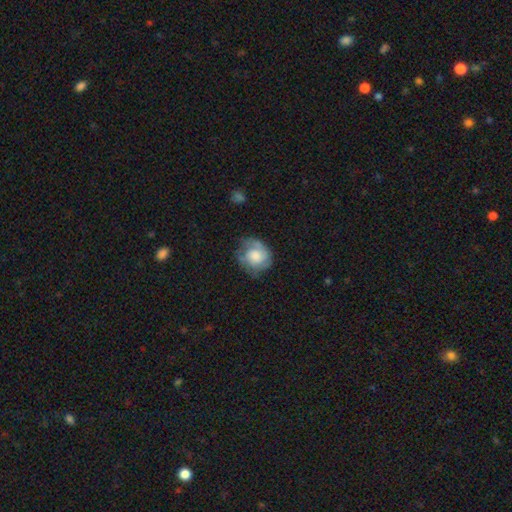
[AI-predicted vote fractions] Morphology: type=smooth (52%); roundness=round (73%); merging=none (56%).